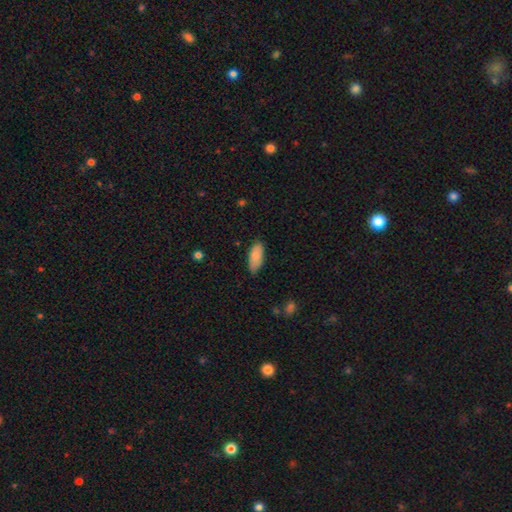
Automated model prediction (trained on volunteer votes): This is clearly a smooth galaxy (85%). How rounded: clearly in between (84%). Merging: clearly none (81%).